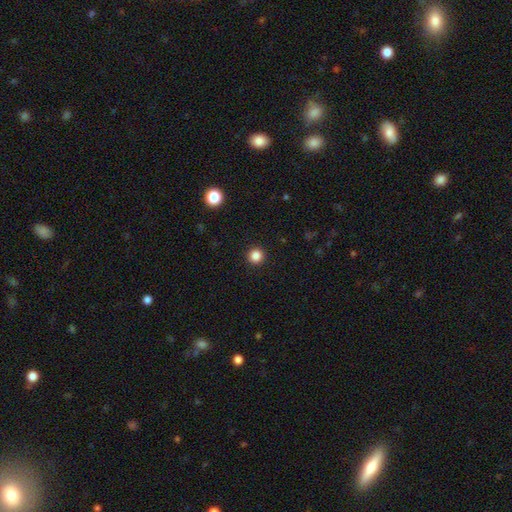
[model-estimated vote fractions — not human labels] This appears to be a smooth galaxy with no disk features (85%) that is round (96%). Merging: none (93%).